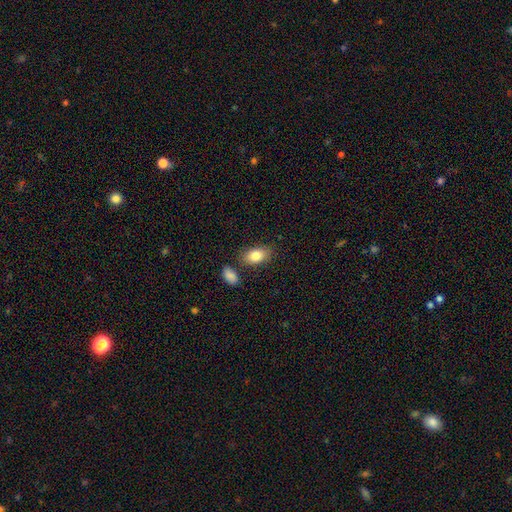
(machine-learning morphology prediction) Smooth or featured? Predicted: smooth (p=0.83). How rounded? Predicted: in between (p=0.90). Merging? Predicted: none (p=0.76).